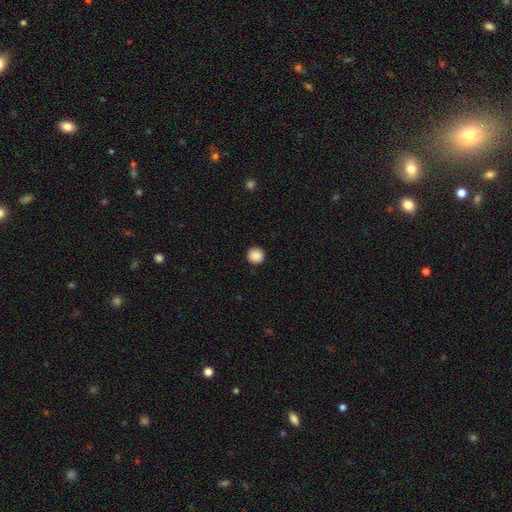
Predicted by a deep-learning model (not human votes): Smooth or featured? Predicted: smooth (p=0.89). How rounded? Predicted: round (p=0.95). Merging? Predicted: none (p=0.92).